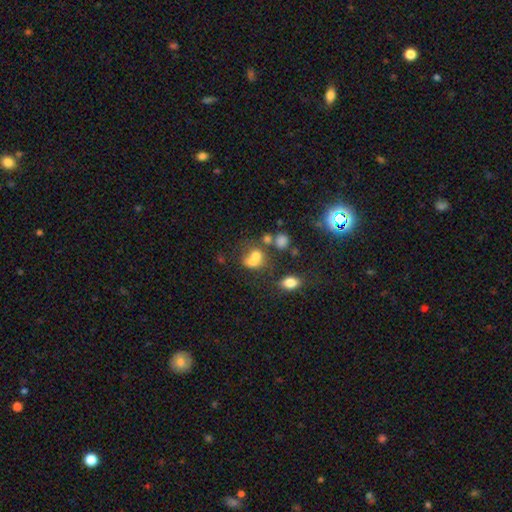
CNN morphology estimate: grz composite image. It shows a smooth galaxy with no disk features (65%) that is round (57%). Merging: merger (53%).